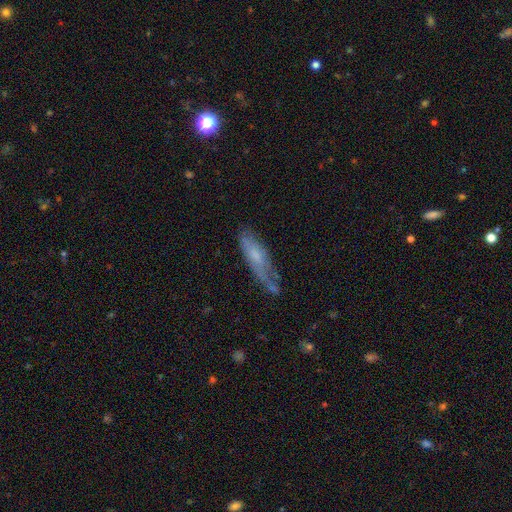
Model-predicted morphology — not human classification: Q: Smooth or featured?
A: smooth (52%); runner-up: featured or disk (40%)
Q: How rounded?
A: cigar-shaped (66%); runner-up: in between (32%)
Q: Merging?
A: none (47%); runner-up: minor disturbance (32%)